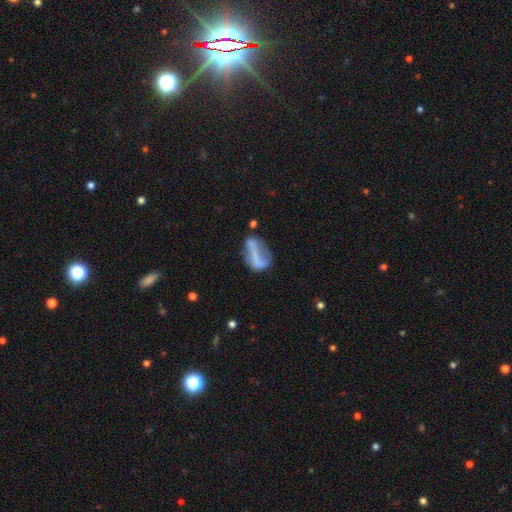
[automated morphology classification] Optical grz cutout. It shows a smooth galaxy with no disk features (48%). Merging: none (31%).